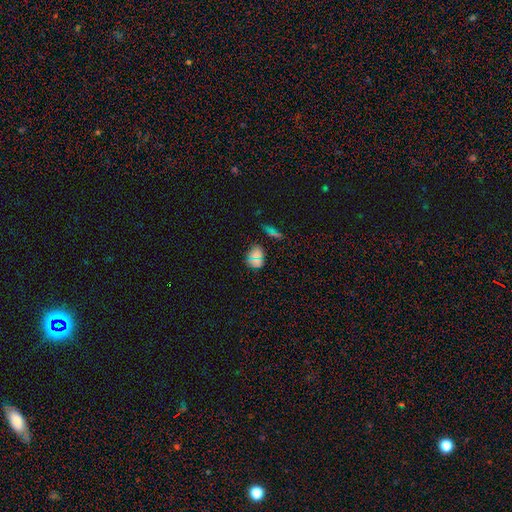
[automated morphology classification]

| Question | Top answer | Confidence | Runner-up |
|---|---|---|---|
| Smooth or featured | smooth | 63% | star or artifact (30%) |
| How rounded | round | 52% | in between (44%) |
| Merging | none | 82% | minor disturbance (12%) |